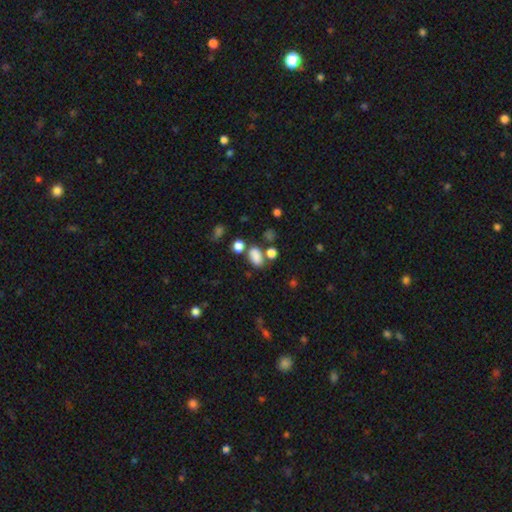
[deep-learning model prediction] Q: Smooth or featured?
A: smooth (80%); runner-up: star or artifact (14%)
Q: How rounded?
A: in between (84%); runner-up: round (14%)
Q: Merging?
A: none (59%); runner-up: merger (20%)